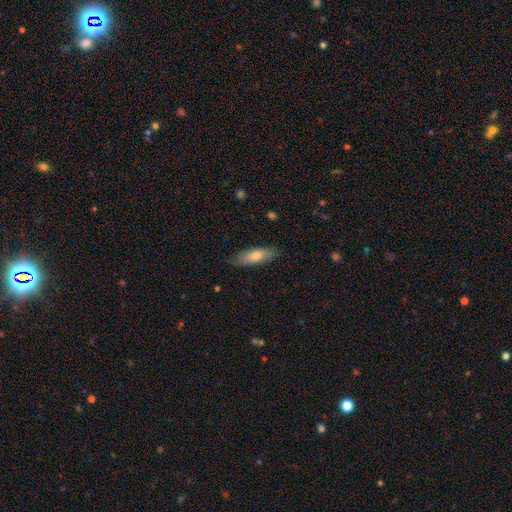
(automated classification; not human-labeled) A smooth galaxy with no disk features (69%) that is in between round and cigar-shaped (58%).

Vote fractions:
- Smooth or featured? smooth: 69% / featured or disk: 25% / star or artifact: 6%
- How rounded? in between: 58% / cigar-shaped: 40% / round: 2%
- Merging? none: 81% / minor disturbance: 15% / major disturbance: 3% / merger: 1%